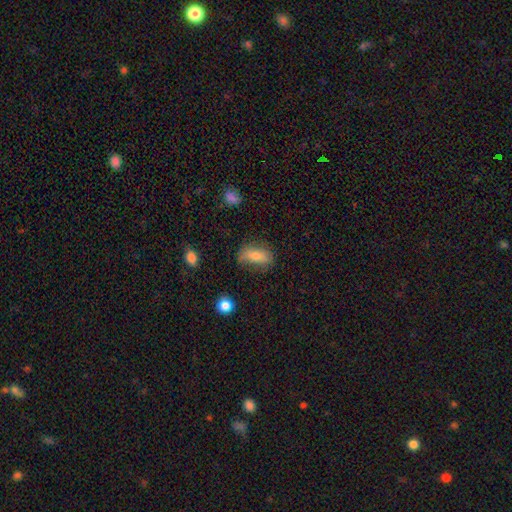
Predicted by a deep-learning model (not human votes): Smooth or featured: smooth — 73% (featured or disk — 18%)
How rounded: in between — 79% (cigar-shaped — 15%)
Merging: none — 63% (minor disturbance — 26%)